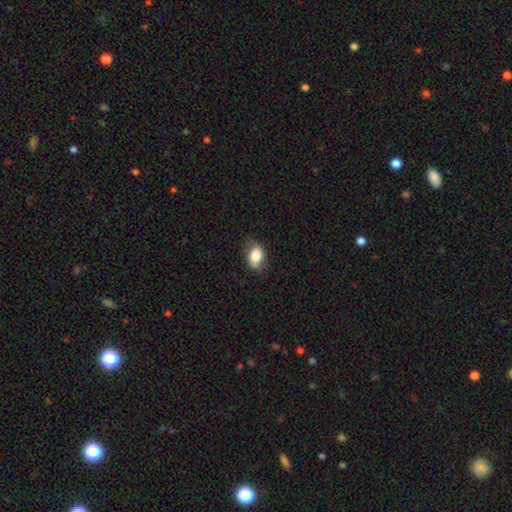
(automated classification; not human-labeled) This appears to be a smooth galaxy with no disk features (80%) that is in between round and cigar-shaped (83%). Merging: none (72%).